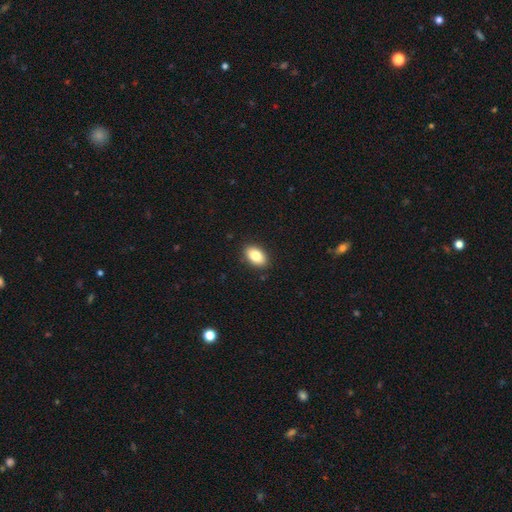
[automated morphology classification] Smooth or featured?
  - smooth: 83% *
  - featured or disk: 9%
  - star or artifact: 8%
How rounded?
  - in between: 90% *
  - round: 8%
  - cigar-shaped: 2%
Merging?
  - none: 90% *
  - minor disturbance: 7%
  - major disturbance: 2%
  - merger: 1%